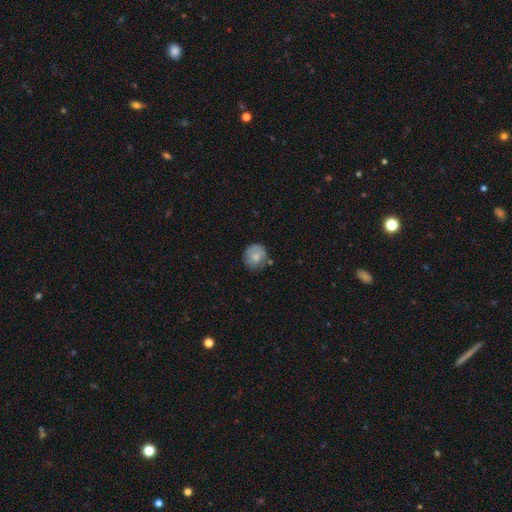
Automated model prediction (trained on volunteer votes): Smooth or featured: smooth — 72% (featured or disk — 21%)
How rounded: round — 82% (in between — 17%)
Merging: none — 66% (minor disturbance — 24%)